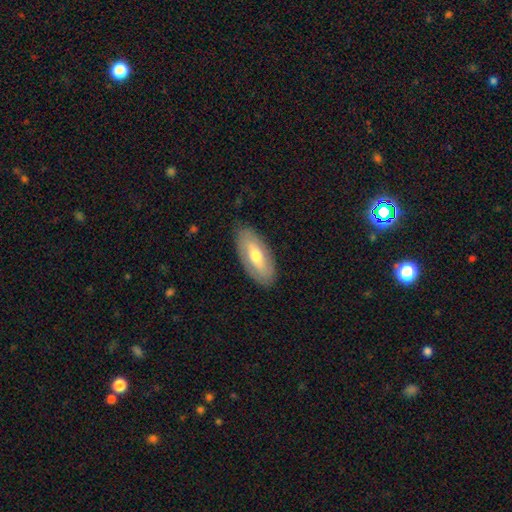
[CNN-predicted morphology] A smooth galaxy with no disk features (52%) that is in between round and cigar-shaped (85%). Merging: none (84%).